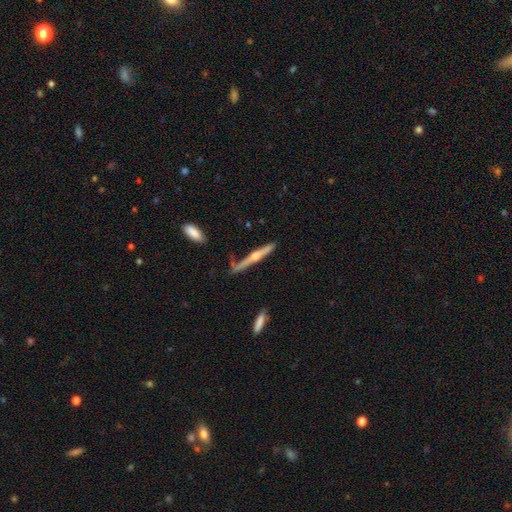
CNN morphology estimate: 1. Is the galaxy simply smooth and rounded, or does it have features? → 66% featured or disk, 23% smooth, 11% star or artifact.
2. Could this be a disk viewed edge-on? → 90% yes, 10% no.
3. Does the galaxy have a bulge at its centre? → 78% rounded, 15% none, 7% boxy.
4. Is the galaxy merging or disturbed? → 71% none, 18% minor disturbance, 7% major disturbance, 5% merger.